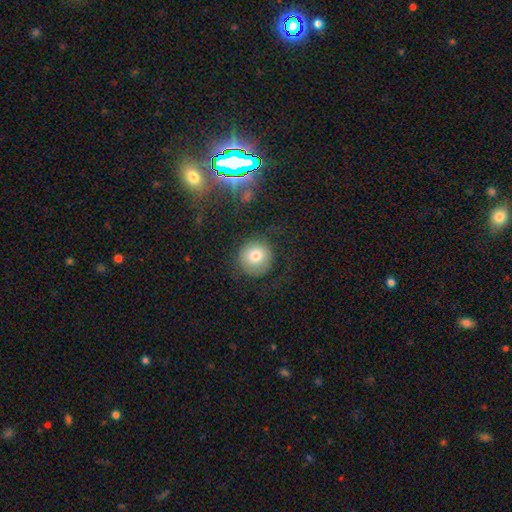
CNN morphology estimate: Q: Smooth or featured?
A: smooth (76%); runner-up: featured or disk (14%)
Q: How rounded?
A: round (94%); runner-up: in between (5%)
Q: Merging?
A: none (74%); runner-up: minor disturbance (13%)